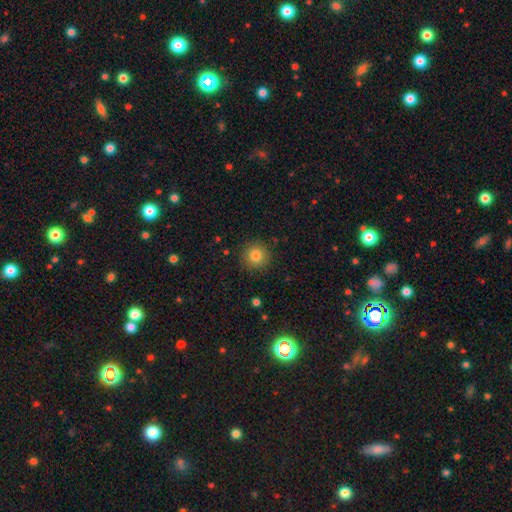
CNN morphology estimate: Q: Smooth or featured?
A: smooth (82%); runner-up: star or artifact (11%)
Q: How rounded?
A: round (95%); runner-up: in between (5%)
Q: Merging?
A: none (90%); runner-up: minor disturbance (6%)